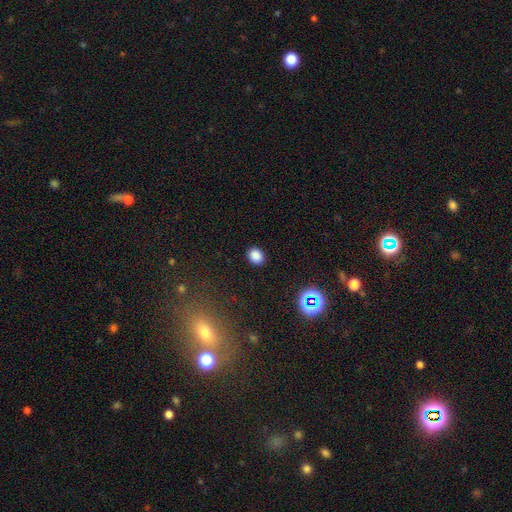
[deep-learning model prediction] Morphology: type=smooth (83%); roundness=round (52%); merging=none (89%).